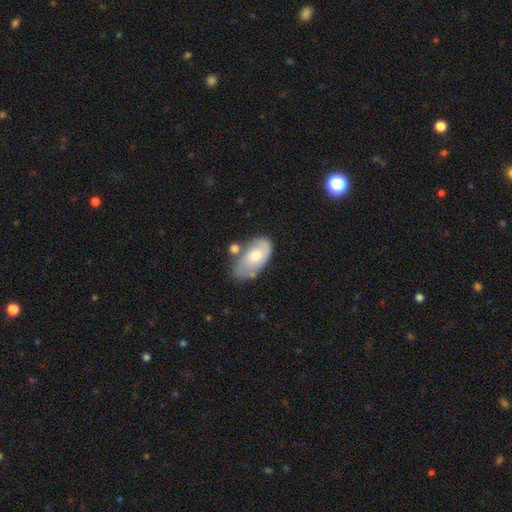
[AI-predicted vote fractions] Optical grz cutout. It shows a smooth galaxy with no disk features (58%) that is in between round and cigar-shaped (94%). Merging: none (46%).